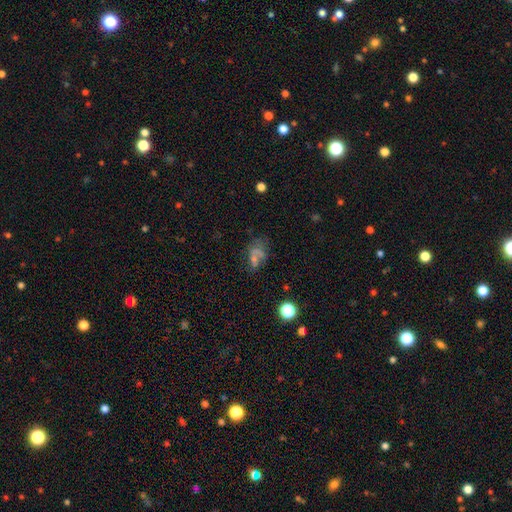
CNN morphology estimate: Overall: smooth (46%; featured or disk 30%). Merging: none (32%; major disturbance 26%).